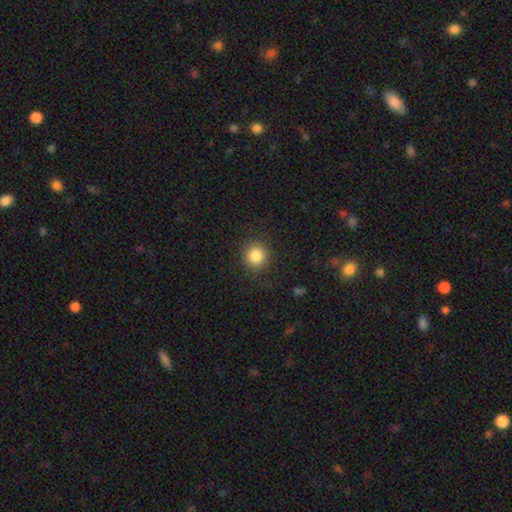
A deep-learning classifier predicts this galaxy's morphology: This is clearly a smooth galaxy (84%). How rounded: clearly round (91%). Merging: clearly none (88%).